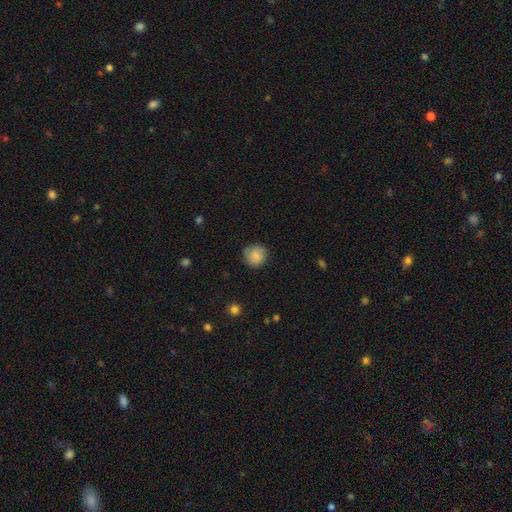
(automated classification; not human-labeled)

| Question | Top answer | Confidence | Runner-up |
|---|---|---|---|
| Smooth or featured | smooth | 84% | featured or disk (9%) |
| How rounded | round | 90% | in between (9%) |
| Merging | none | 80% | minor disturbance (15%) |